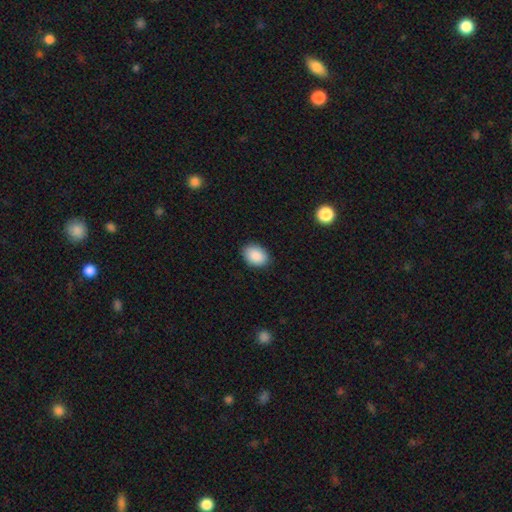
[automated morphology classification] Smooth or featured? Predicted: smooth (p=0.90). How rounded? Predicted: in between (p=0.76). Merging? Predicted: none (p=0.88).